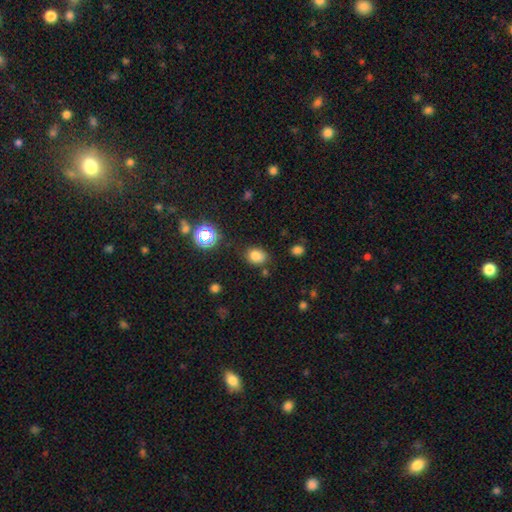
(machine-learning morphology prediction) A smooth galaxy with no disk features (77%) that is in between round and cigar-shaped (52%). Merging: none (76%).